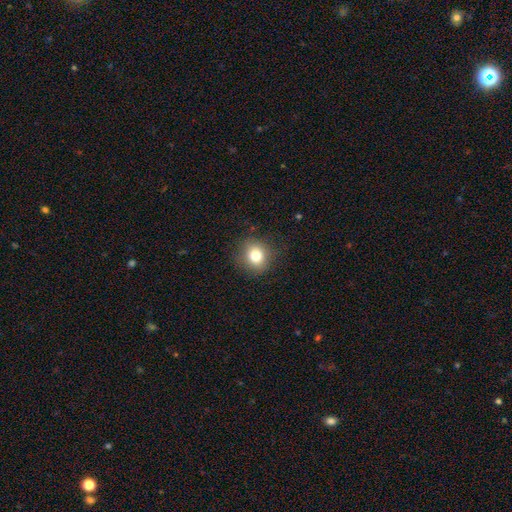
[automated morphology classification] smooth 79%, star or artifact 12%, featured or disk 10%. Down the decision tree: how rounded — round (81%); merging — none (86%).